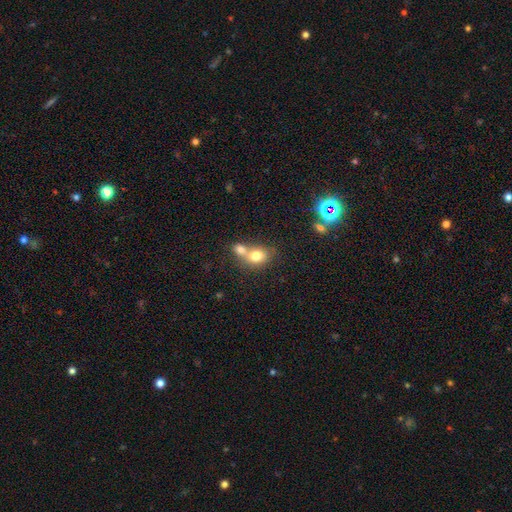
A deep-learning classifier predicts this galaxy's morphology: A smooth galaxy with no disk features (76%) that is in between round and cigar-shaped (50%).

Vote fractions:
- Smooth or featured? smooth: 76% / featured or disk: 14% / star or artifact: 10%
- How rounded? in between: 50% / round: 48% / cigar-shaped: 1%
- Merging? merger: 64% / none: 26% / minor disturbance: 7% / major disturbance: 3%